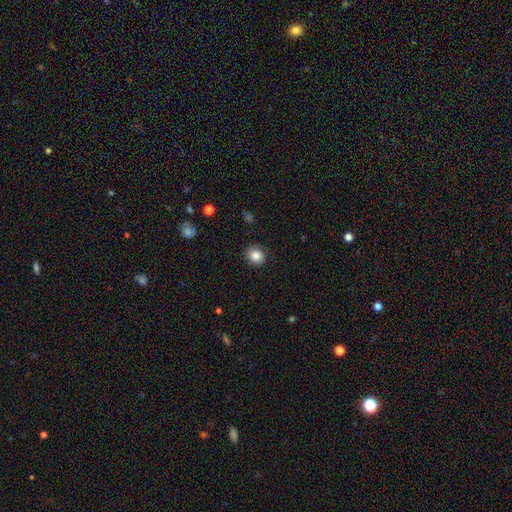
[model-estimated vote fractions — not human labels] smooth_or_featured: smooth (p=0.85) [alt: star or artifact p=0.10]
how_rounded: round (p=0.83) [alt: in between p=0.17]
merging: none (p=0.88) [alt: minor disturbance p=0.08]